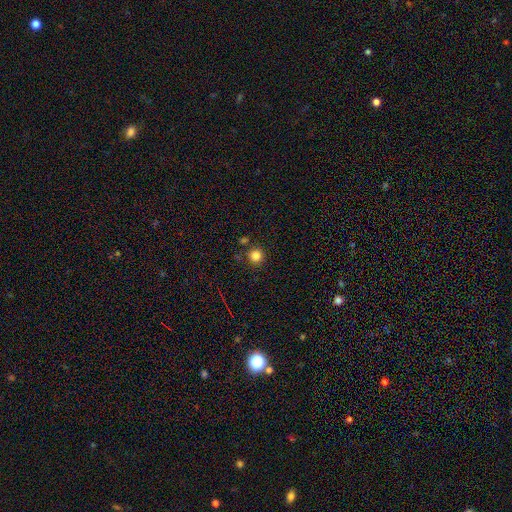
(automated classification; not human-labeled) Smooth or featured: smooth — 82% (star or artifact — 13%)
How rounded: round — 95% (in between — 4%)
Merging: none — 84% (minor disturbance — 7%)